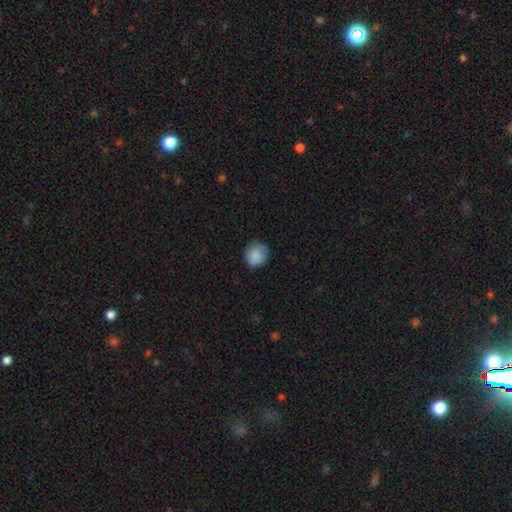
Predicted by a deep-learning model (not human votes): Smooth or featured: smooth — 84% (featured or disk — 9%)
How rounded: round — 89% (in between — 10%)
Merging: none — 76% (minor disturbance — 19%)